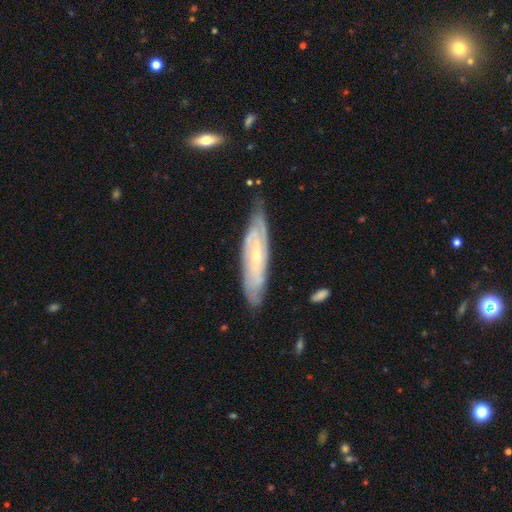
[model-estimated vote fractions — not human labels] featured or disk 81%, smooth 13%, star or artifact 5%. Down the decision tree: edge-on disk — no (77%); bar — weak (41%); spiral arms — yes (93%); spiral arm count — can't tell (41%); spiral winding — tight (65%); bulge size — small (73%); merging — none (72%).